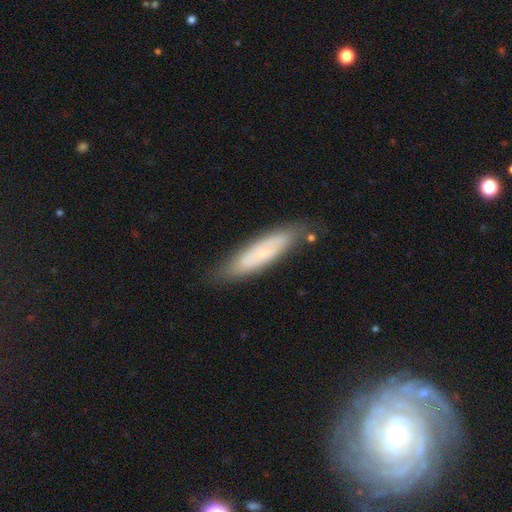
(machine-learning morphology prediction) smooth_or_featured: smooth (p=0.58) [alt: featured or disk p=0.34]
how_rounded: cigar-shaped (p=0.75) [alt: in between p=0.23]
merging: none (p=0.78) [alt: minor disturbance p=0.16]